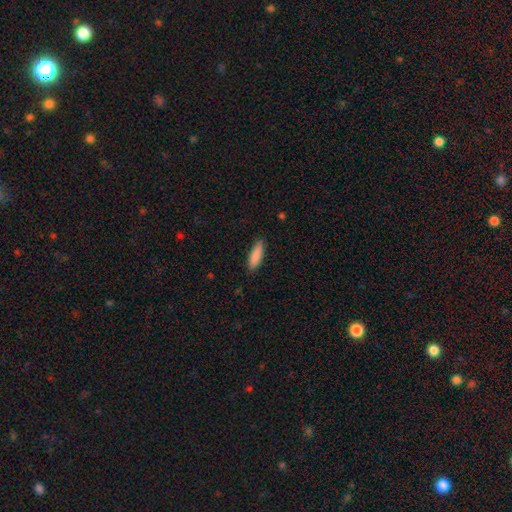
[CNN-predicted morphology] This is clearly a smooth galaxy (88%). How rounded: possibly cigar-shaped (59%). Merging: clearly none (87%).